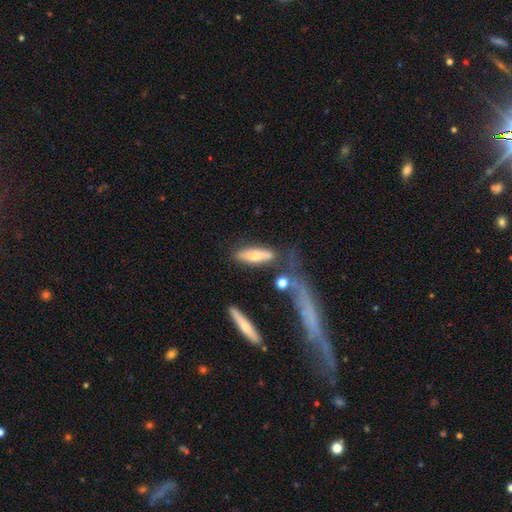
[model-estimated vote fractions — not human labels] A smooth galaxy with no disk features (63%) that is cigar-shaped (58%).

Vote fractions:
- Smooth or featured? smooth: 63% / featured or disk: 31% / star or artifact: 7%
- How rounded? cigar-shaped: 58% / in between: 39% / round: 3%
- Merging? none: 60% / minor disturbance: 18% / merger: 14% / major disturbance: 8%